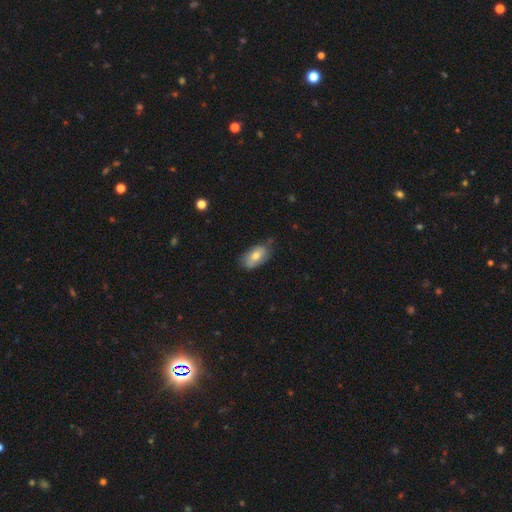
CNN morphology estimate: A smooth galaxy with no disk features (74%) that is in between round and cigar-shaped (93%).

Vote fractions:
- Smooth or featured? smooth: 74% / featured or disk: 19% / star or artifact: 7%
- How rounded? in between: 93% / round: 4% / cigar-shaped: 3%
- Merging? none: 69% / minor disturbance: 25% / major disturbance: 4% / merger: 2%